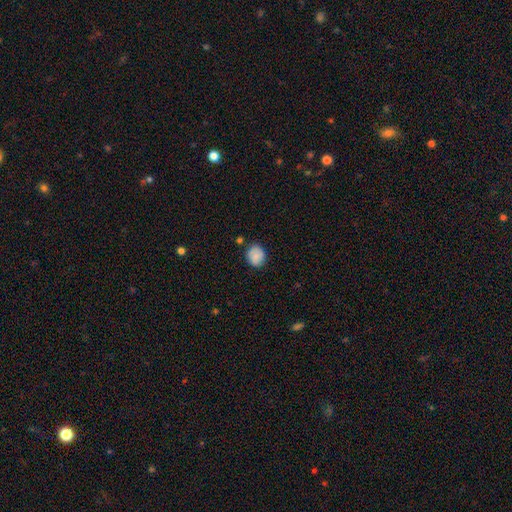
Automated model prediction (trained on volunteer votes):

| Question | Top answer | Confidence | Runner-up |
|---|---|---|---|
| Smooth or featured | smooth | 83% | featured or disk (9%) |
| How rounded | round | 64% | in between (36%) |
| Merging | none | 73% | minor disturbance (19%) |